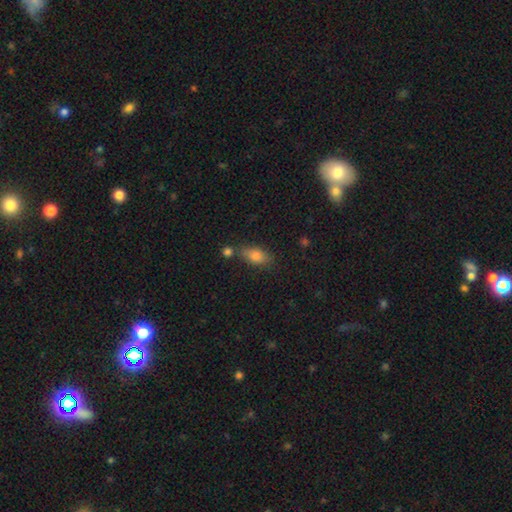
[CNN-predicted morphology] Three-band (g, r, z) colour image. It shows a smooth galaxy with no disk features (79%) that is in between round and cigar-shaped (84%). Merging: none (67%).